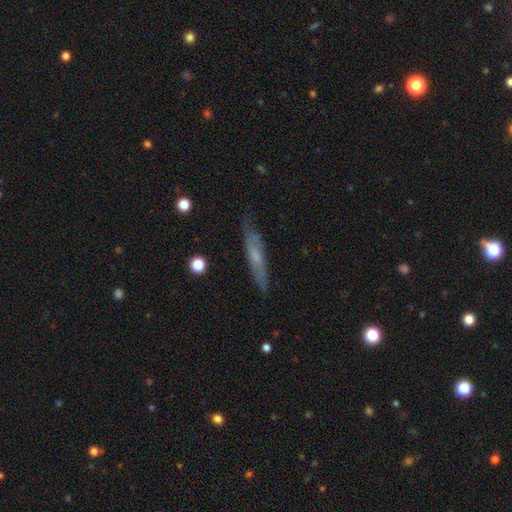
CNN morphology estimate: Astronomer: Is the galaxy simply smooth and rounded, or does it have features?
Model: featured or disk — 50% (runner-up: smooth, 43%).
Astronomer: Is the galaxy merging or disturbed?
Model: none — 81%.